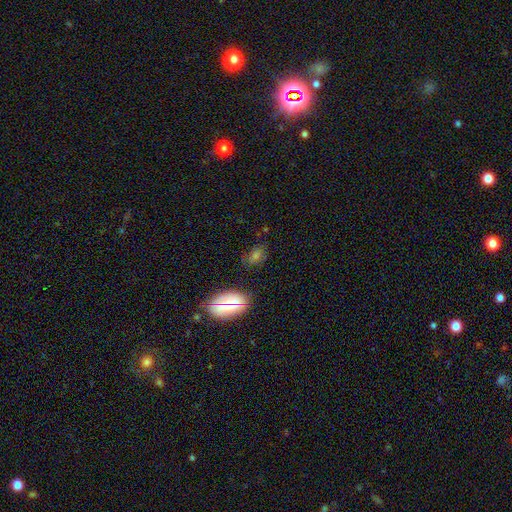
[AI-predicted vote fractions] This is likely a smooth galaxy (61%). How rounded: clearly in between (80%). Merging: likely none (76%).